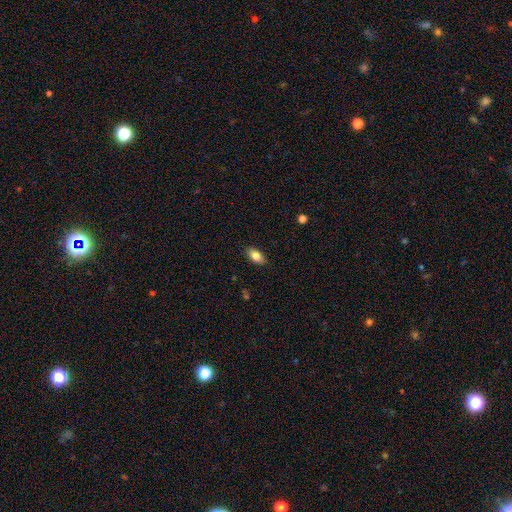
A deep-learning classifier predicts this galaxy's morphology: A smooth galaxy with no disk features (84%) that is in between round and cigar-shaped (91%). Merging: none (88%).